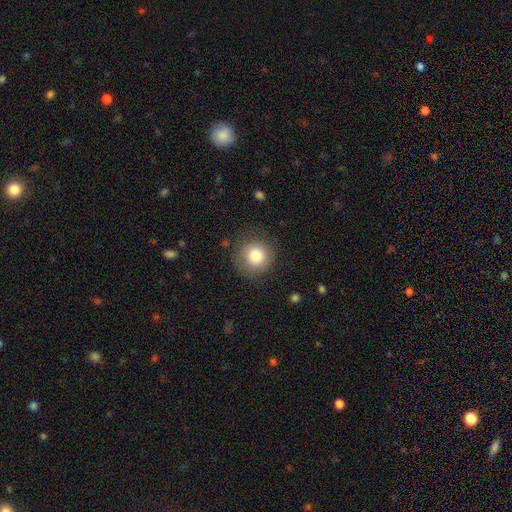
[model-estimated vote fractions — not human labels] This is clearly a smooth galaxy (82%). How rounded: clearly round (93%). Merging: clearly none (82%).